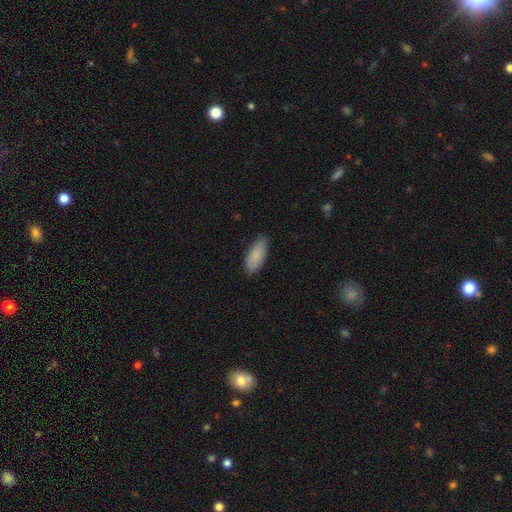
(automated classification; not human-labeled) Morphology: type=smooth (85%); roundness=in between (85%); merging=none (83%).